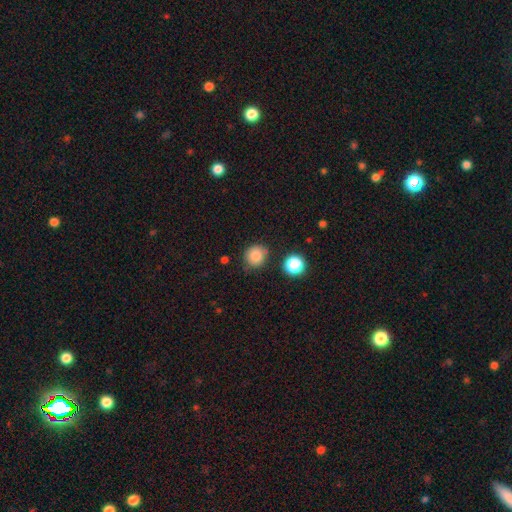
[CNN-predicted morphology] This is clearly a smooth galaxy (83%). How rounded: clearly round (85%). Merging: likely none (78%).